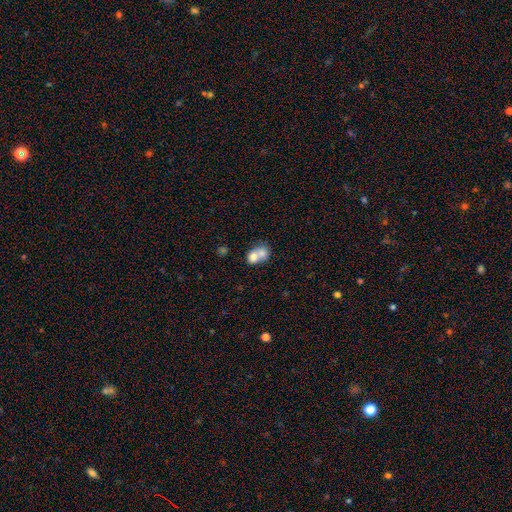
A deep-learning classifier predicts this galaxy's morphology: smooth-or-featured: smooth: 70% | featured or disk: 21% | star or artifact: 9%
  how-rounded: round: 51% | in between: 48% | cigar-shaped: 1%
  merging: merger: 73% | none: 18% | minor disturbance: 6% | major disturbance: 3%